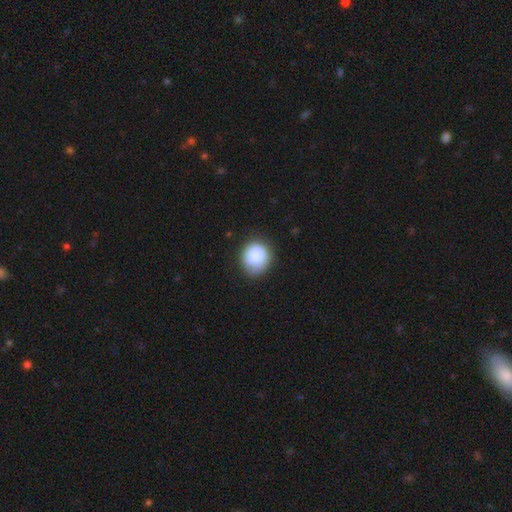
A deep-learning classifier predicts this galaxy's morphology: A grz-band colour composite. It shows a smooth galaxy with no disk features (83%) that is round (80%). Merging: none (71%).